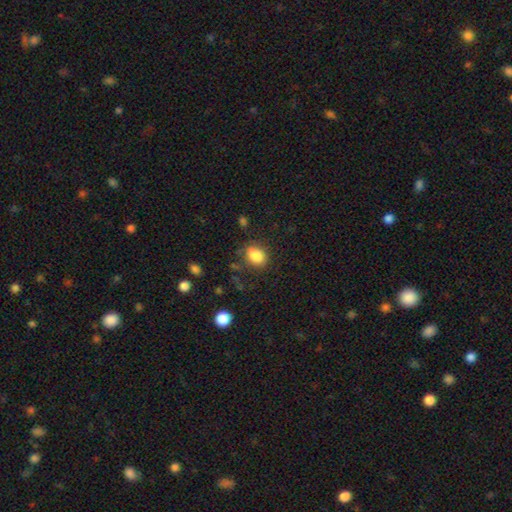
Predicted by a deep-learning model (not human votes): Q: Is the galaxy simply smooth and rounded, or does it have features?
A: smooth — 86%.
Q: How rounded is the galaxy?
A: in between — 69%.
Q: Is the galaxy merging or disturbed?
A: none — 77%.